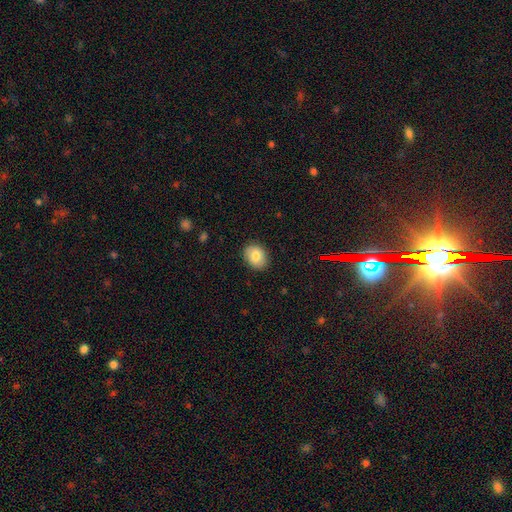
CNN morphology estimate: Q: Smooth or featured?
A: smooth (80%); runner-up: featured or disk (11%)
Q: How rounded?
A: in between (56%); runner-up: round (44%)
Q: Merging?
A: none (87%); runner-up: minor disturbance (10%)